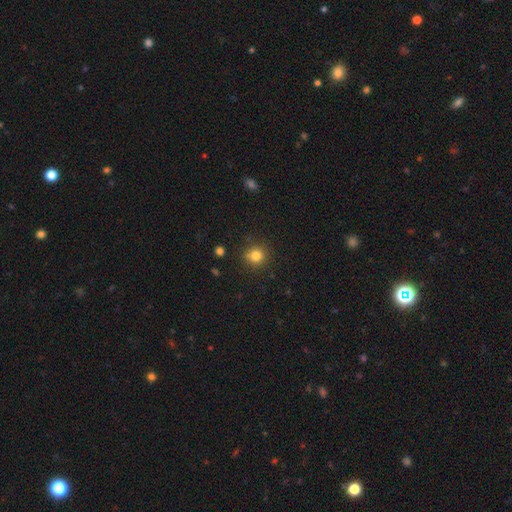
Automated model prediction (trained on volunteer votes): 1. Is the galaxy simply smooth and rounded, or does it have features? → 81% smooth, 13% star or artifact, 6% featured or disk.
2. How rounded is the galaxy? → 90% round, 9% in between, 1% cigar-shaped.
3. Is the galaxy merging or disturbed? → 84% none, 10% minor disturbance, 3% merger, 3% major disturbance.